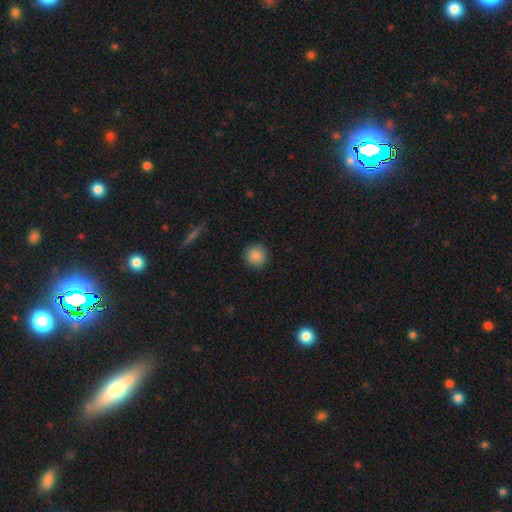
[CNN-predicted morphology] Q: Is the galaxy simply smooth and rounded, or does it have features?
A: smooth — 88%.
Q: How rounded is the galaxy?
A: round — 93%.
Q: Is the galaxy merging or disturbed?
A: none — 90%.